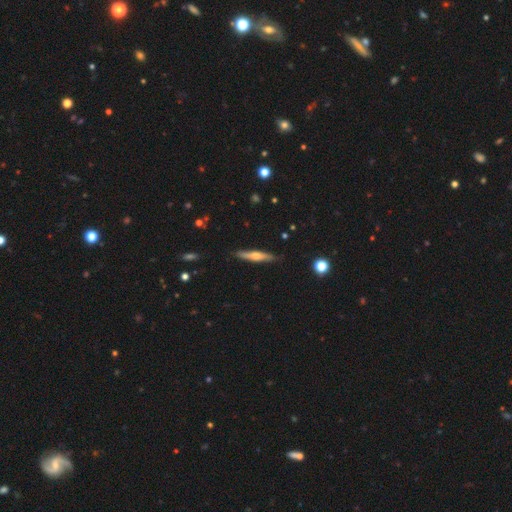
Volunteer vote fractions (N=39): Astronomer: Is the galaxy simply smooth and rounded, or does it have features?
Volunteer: featured or disk — 46% (runner-up: smooth, 44%).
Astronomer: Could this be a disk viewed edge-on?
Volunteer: yes — 100%.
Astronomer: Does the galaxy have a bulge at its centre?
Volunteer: rounded — 94%.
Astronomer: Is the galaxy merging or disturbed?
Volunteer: none — 91%.